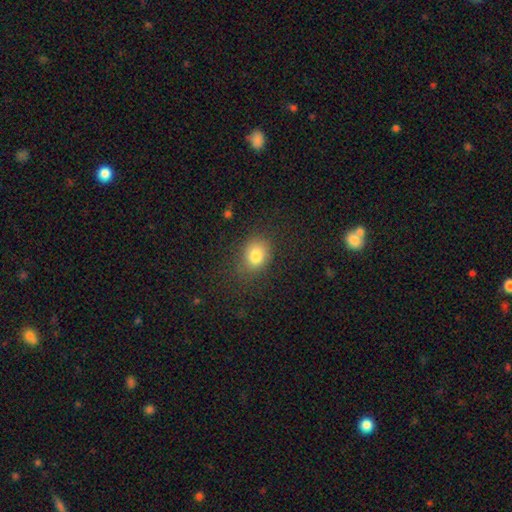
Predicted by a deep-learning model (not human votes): Morphology: type=smooth (81%); roundness=in between (51%); merging=none (77%).